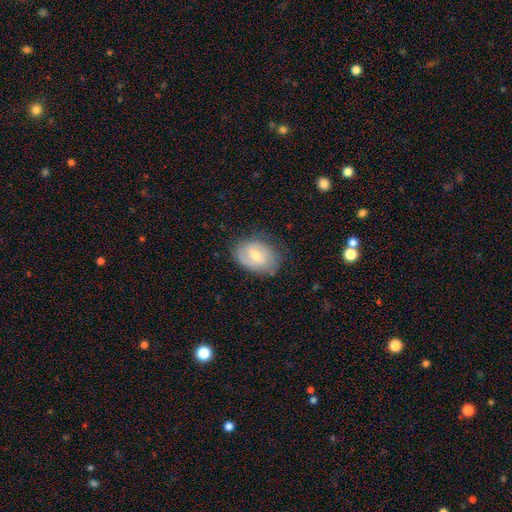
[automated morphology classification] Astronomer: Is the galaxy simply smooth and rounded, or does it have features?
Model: featured or disk — 56% (runner-up: smooth, 37%).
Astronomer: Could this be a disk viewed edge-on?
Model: no — 96%.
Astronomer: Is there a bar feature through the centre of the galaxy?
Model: weak — 51% (runner-up: no, 39%).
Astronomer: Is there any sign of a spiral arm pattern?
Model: yes — 81%.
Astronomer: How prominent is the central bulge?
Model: moderate — 49% (runner-up: small, 46%).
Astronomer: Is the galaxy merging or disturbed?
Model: none — 70%.